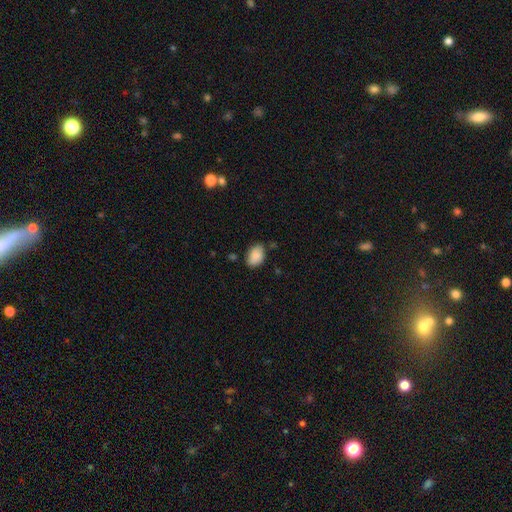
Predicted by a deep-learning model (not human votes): Overall: smooth (87%). How rounded: in between (83%). Merging: none (71%).